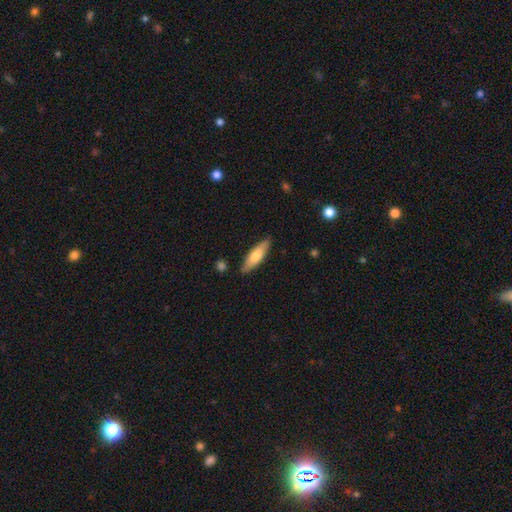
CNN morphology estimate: A smooth galaxy with no disk features (65%) that is cigar-shaped (65%).

Vote fractions:
- Smooth or featured? smooth: 65% / featured or disk: 29% / star or artifact: 5%
- How rounded? cigar-shaped: 65% / in between: 33% / round: 2%
- Merging? none: 87% / minor disturbance: 10% / major disturbance: 2% / merger: 2%